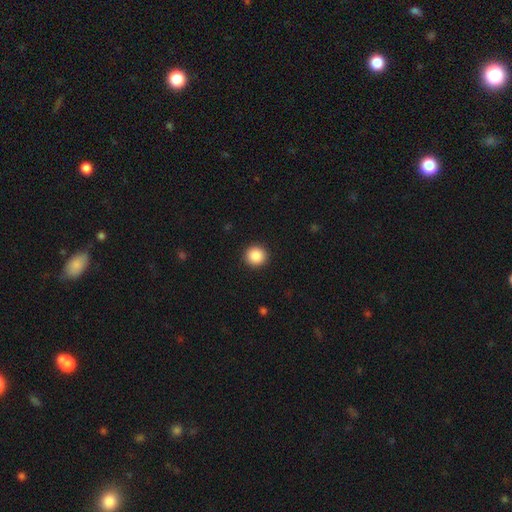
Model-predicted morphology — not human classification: This is clearly a smooth galaxy (87%). How rounded: clearly round (95%). Merging: clearly none (93%).